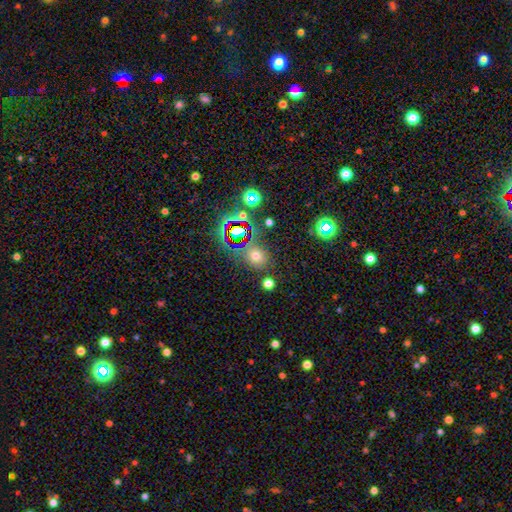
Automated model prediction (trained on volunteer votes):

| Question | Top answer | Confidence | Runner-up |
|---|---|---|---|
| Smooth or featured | smooth | 61% | star or artifact (29%) |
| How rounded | round | 66% | in between (32%) |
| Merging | none | 72% | minor disturbance (14%) |